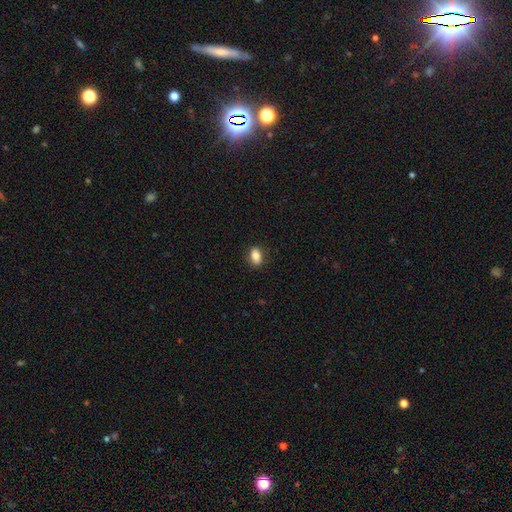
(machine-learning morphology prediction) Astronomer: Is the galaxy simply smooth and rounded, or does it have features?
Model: smooth — 82%.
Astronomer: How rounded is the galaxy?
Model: in between — 83%.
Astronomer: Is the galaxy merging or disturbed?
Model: none — 86%.